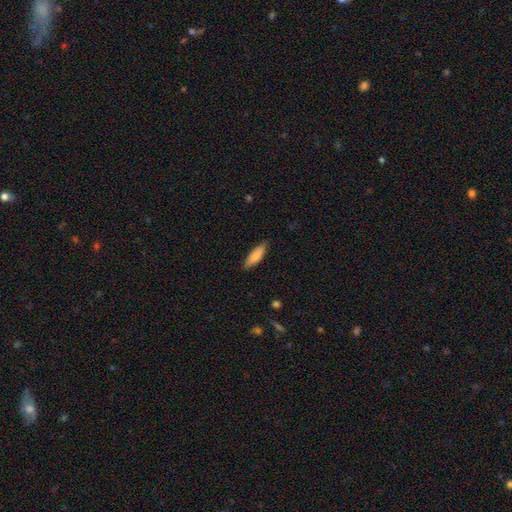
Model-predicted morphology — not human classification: This is clearly a smooth galaxy (81%). How rounded: possibly in between (55%). Merging: clearly none (83%).